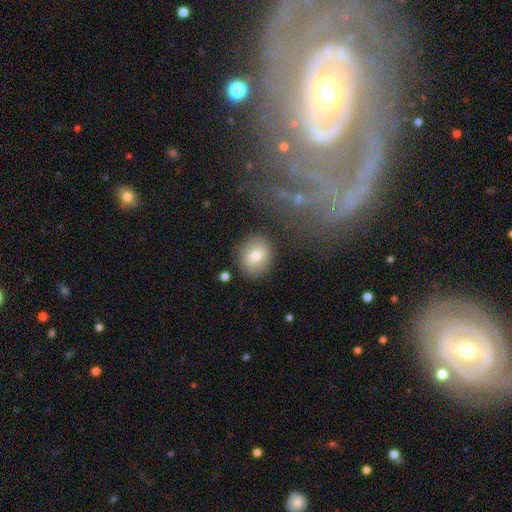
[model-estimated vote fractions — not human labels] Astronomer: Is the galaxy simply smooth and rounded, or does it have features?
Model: smooth — 73%.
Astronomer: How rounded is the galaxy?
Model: round — 67%.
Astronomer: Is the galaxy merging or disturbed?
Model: none — 85%.